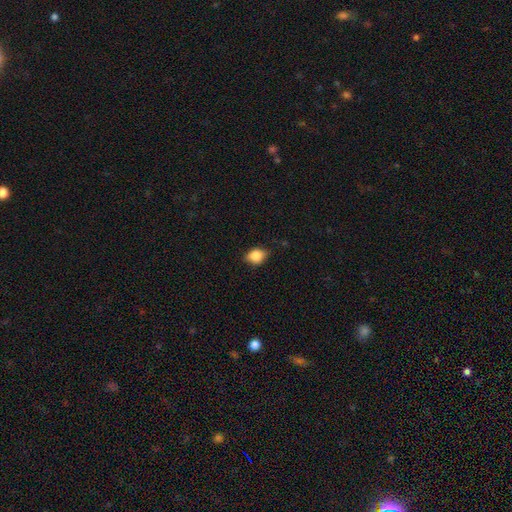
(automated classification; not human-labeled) Smooth or featured?
  - smooth: 85% *
  - star or artifact: 9%
  - featured or disk: 7%
How rounded?
  - in between: 55% *
  - round: 44%
  - cigar-shaped: 2%
Merging?
  - none: 74% *
  - minor disturbance: 21%
  - major disturbance: 4%
  - merger: 1%